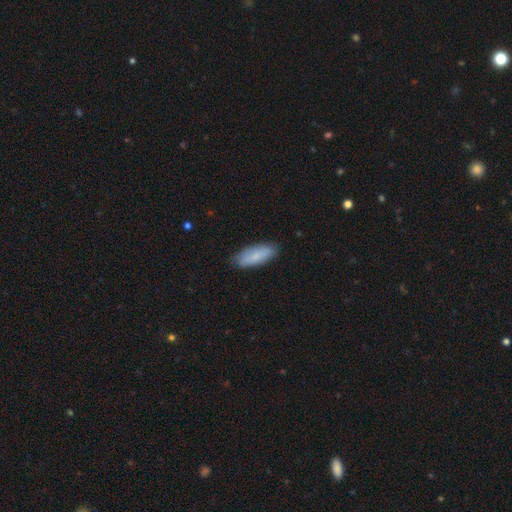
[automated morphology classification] smooth-or-featured: smooth: 79% | featured or disk: 15% | star or artifact: 6%
  how-rounded: in between: 72% | cigar-shaped: 26% | round: 2%
  merging: none: 83% | minor disturbance: 14% | major disturbance: 2% | merger: 1%